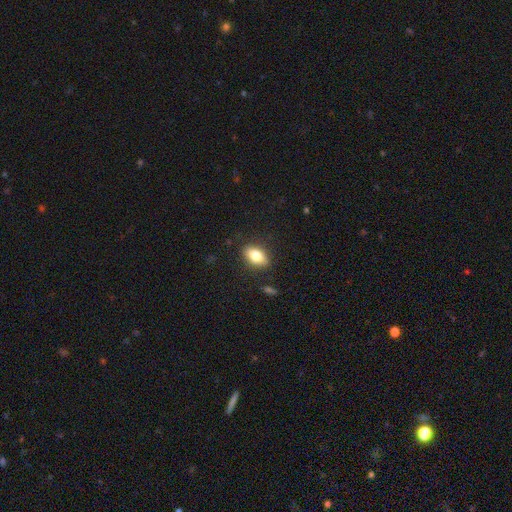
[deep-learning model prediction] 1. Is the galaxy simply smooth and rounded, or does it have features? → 79% smooth, 13% featured or disk, 8% star or artifact.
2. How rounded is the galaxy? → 86% in between, 10% round, 4% cigar-shaped.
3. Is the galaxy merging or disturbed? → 86% none, 10% minor disturbance, 3% major disturbance, 1% merger.